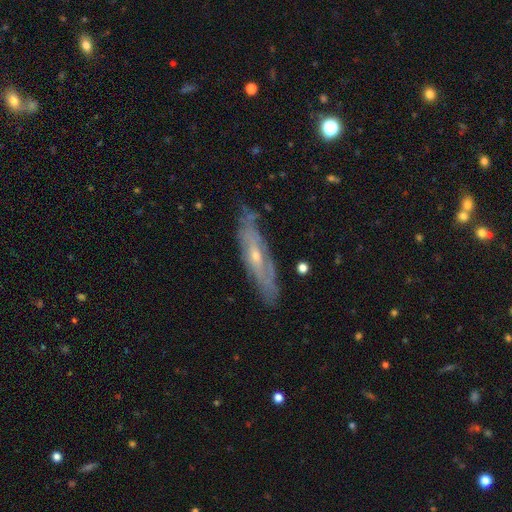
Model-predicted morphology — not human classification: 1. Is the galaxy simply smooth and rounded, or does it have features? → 70% featured or disk, 23% smooth, 6% star or artifact.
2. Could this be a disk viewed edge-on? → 58% no, 42% yes.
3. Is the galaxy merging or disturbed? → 70% none, 22% minor disturbance, 6% major disturbance, 2% merger.